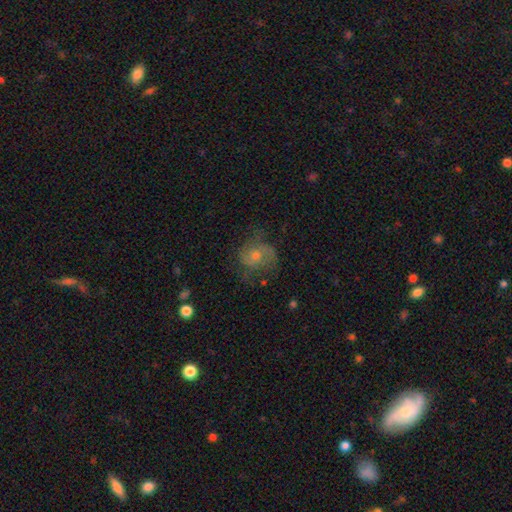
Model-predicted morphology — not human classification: Smooth or featured? featured or disk (59%)
Edge-on disk? no (97%)
Bar? no (73%)
Spiral arms? yes (83%)
Bulge size? small (49%)
Merging? none (60%)